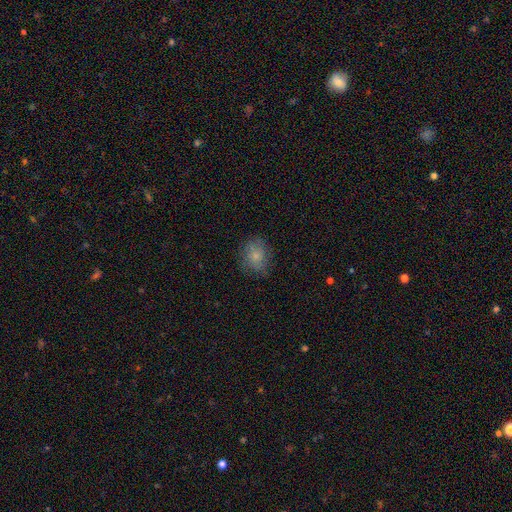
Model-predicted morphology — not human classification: smooth_or_featured: smooth (p=0.77) [alt: featured or disk p=0.14]
how_rounded: round (p=0.66) [alt: in between p=0.33]
merging: none (p=0.73) [alt: minor disturbance p=0.19]